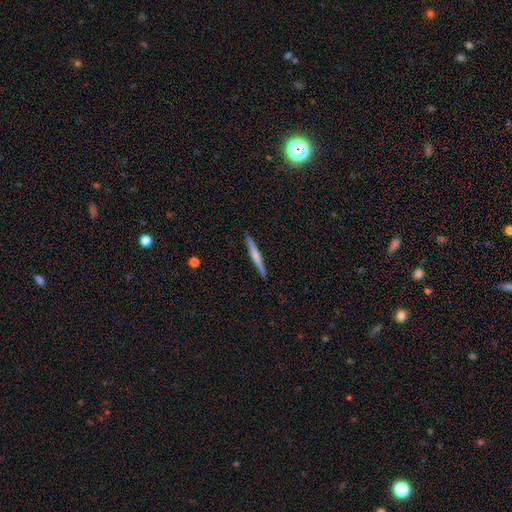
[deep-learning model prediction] Overall: featured or disk (53%; smooth 42%). Edge-on disk: yes (98%). Edge-on bulge: rounded (46%; none 39%). Merging: none (92%).